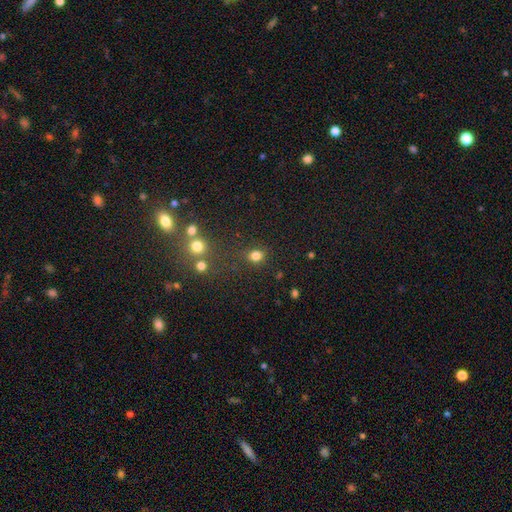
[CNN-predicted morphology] Smooth or featured: smooth — 80% (star or artifact — 15%)
How rounded: round — 59% (in between — 39%)
Merging: none — 78% (minor disturbance — 11%)